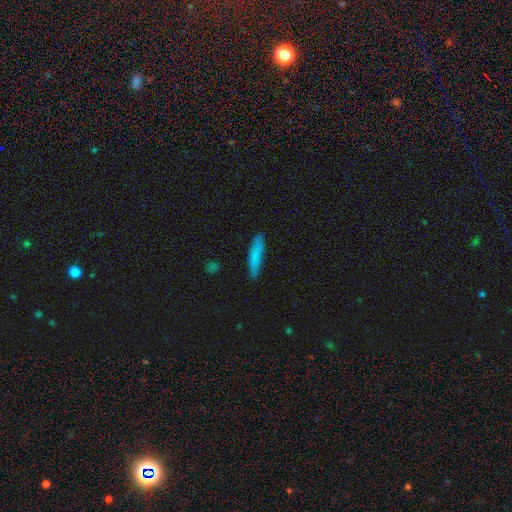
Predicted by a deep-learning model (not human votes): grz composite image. It shows a smooth galaxy with no disk features (79%) that is cigar-shaped (86%). Merging: none (84%).